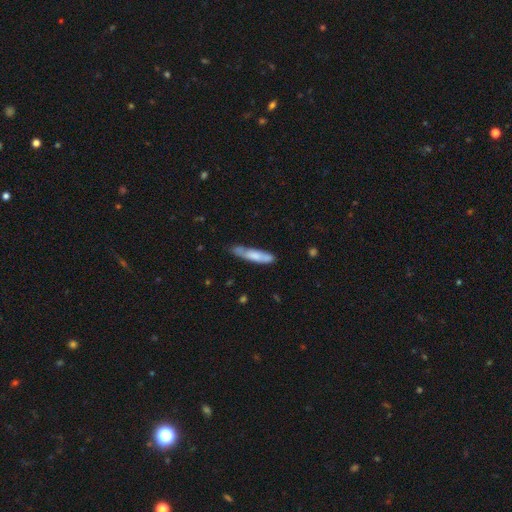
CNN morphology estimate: A smooth galaxy with no disk features (63%) that is cigar-shaped (82%). Merging: none (64%).